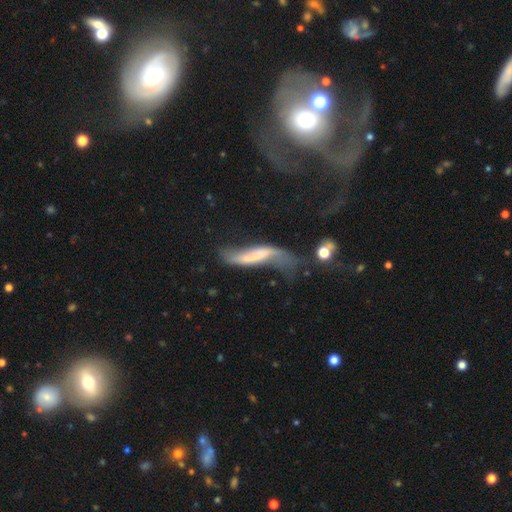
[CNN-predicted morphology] Overall: featured or disk (62%; smooth 29%). Edge-on disk: no (72%). Merging: none (32%; major disturbance 30%).